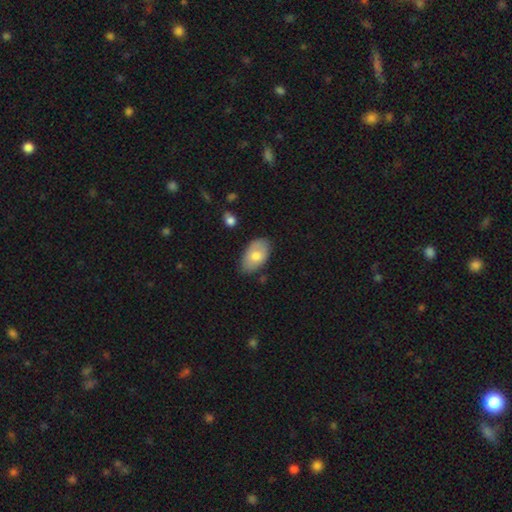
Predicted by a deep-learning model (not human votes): This appears to be a smooth galaxy with no disk features (74%) that is in between round and cigar-shaped (93%). Merging: none (72%).